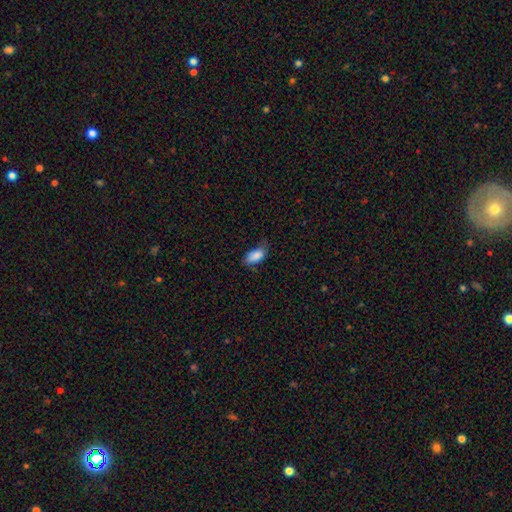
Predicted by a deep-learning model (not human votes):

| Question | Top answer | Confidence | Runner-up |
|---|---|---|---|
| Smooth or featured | smooth | 84% | featured or disk (9%) |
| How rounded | in between | 91% | cigar-shaped (6%) |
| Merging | none | 49% | minor disturbance (37%) |